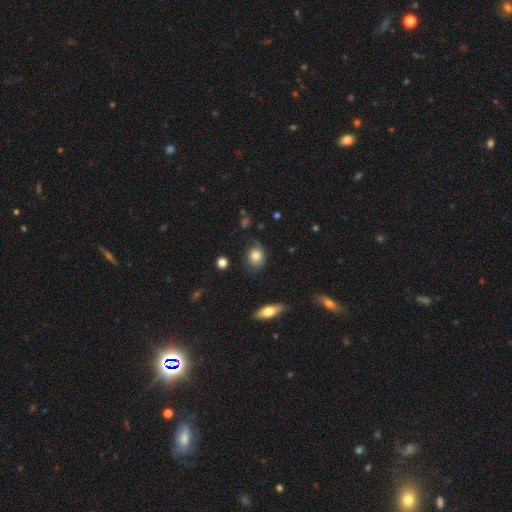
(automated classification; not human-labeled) Smooth or featured: smooth — 77% (featured or disk — 15%)
How rounded: in between — 51% (round — 47%)
Merging: none — 59% (minor disturbance — 29%)